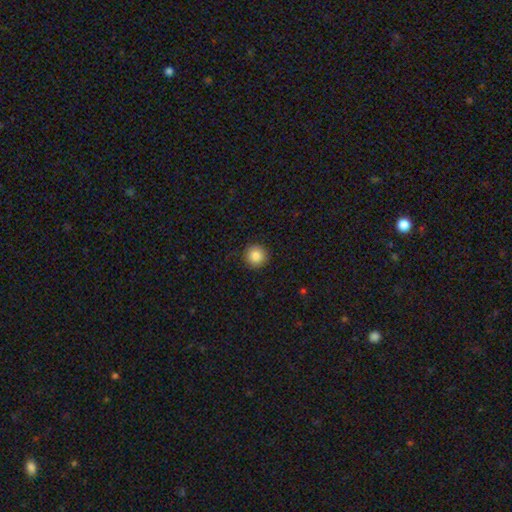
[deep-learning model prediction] Smooth or featured? Predicted: smooth (p=0.86). How rounded? Predicted: round (p=0.95). Merging? Predicted: none (p=0.92).